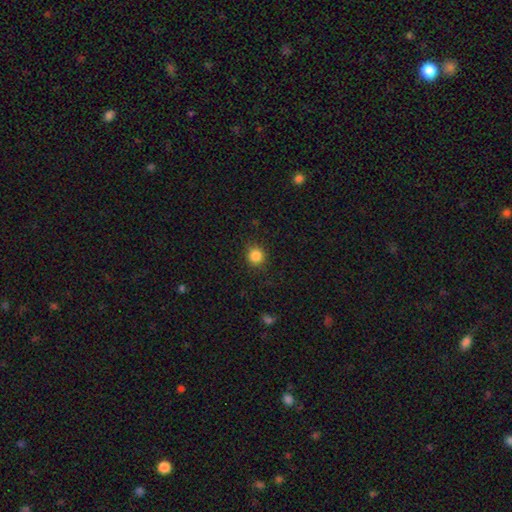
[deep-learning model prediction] Smooth or featured? Predicted: smooth (p=0.85). How rounded? Predicted: round (p=0.90). Merging? Predicted: none (p=0.89).